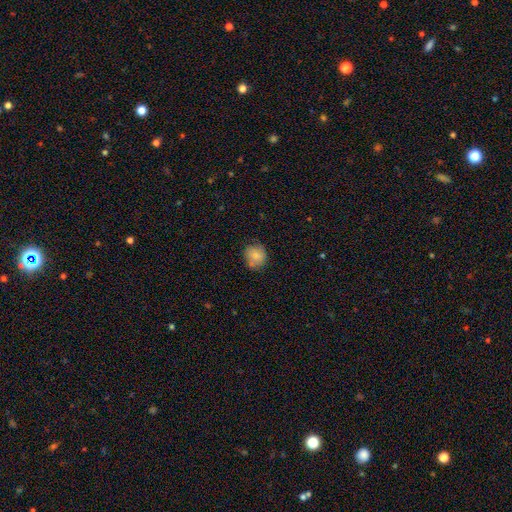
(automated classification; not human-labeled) Smooth or featured: smooth — 80% (featured or disk — 11%)
How rounded: round — 83% (in between — 16%)
Merging: none — 71% (minor disturbance — 19%)